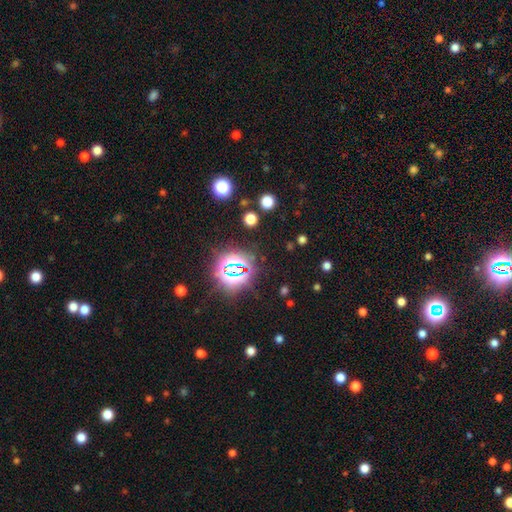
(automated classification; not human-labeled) smooth_or_featured: star or artifact (p=0.79) [alt: smooth p=0.14]